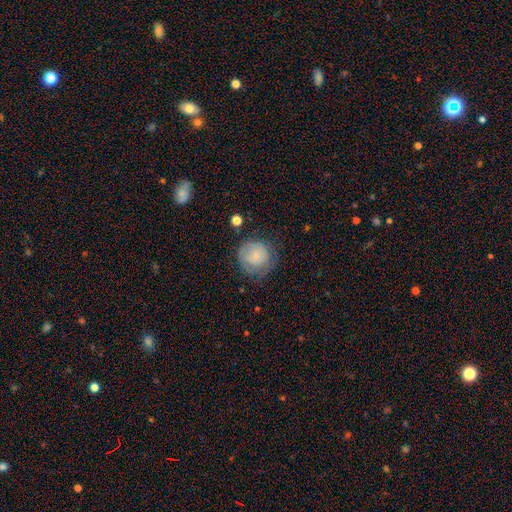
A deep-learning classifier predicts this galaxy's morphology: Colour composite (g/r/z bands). It shows a smooth galaxy with no disk features (71%) that is round (90%). Merging: none (58%).